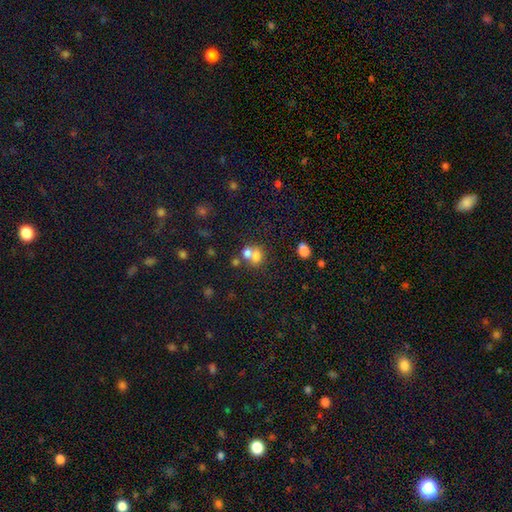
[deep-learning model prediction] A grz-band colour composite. It shows a smooth galaxy with no disk features (69%) that is round (61%). Merging: merger (57%).